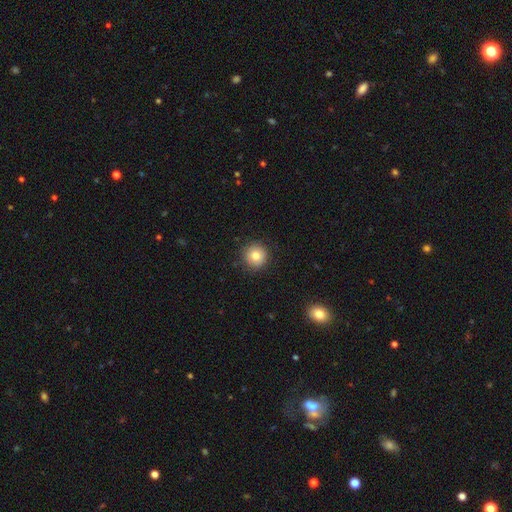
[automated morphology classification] The model was most divided on "smooth or featured": smooth: 80%, star or artifact: 10%, featured or disk: 10%. More confident: how rounded — round (95%); merging — none (89%).